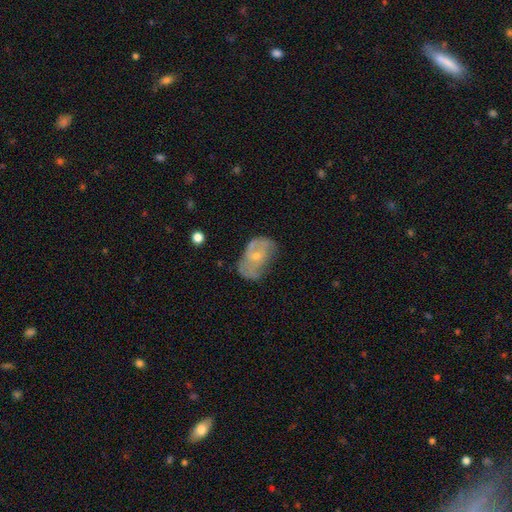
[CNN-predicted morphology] Overall: featured or disk (56%; smooth 36%). Edge-on disk: no (96%). Bar: no (68%). Spiral arms: yes (53%; no 47%). Bulge size: small (62%; moderate 31%). Merging: none (39%; minor disturbance 32%).